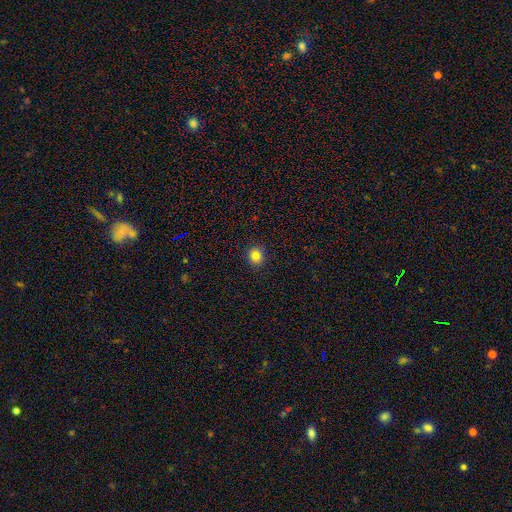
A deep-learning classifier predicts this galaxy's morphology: This is clearly a smooth galaxy (82%). How rounded: clearly round (81%). Merging: clearly none (91%).